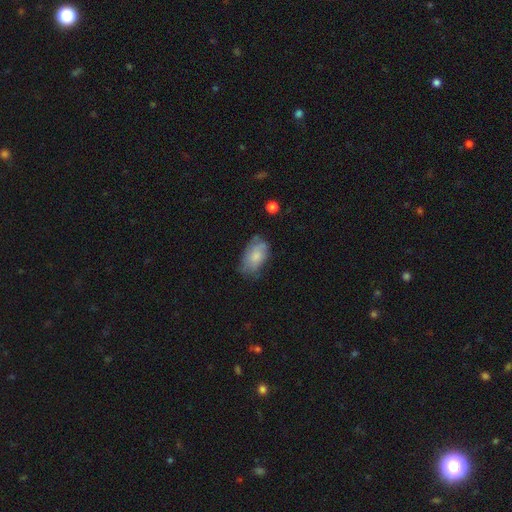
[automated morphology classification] Smooth or featured: smooth — 70% (featured or disk — 22%)
How rounded: in between — 92% (round — 7%)
Merging: none — 56% (minor disturbance — 32%)